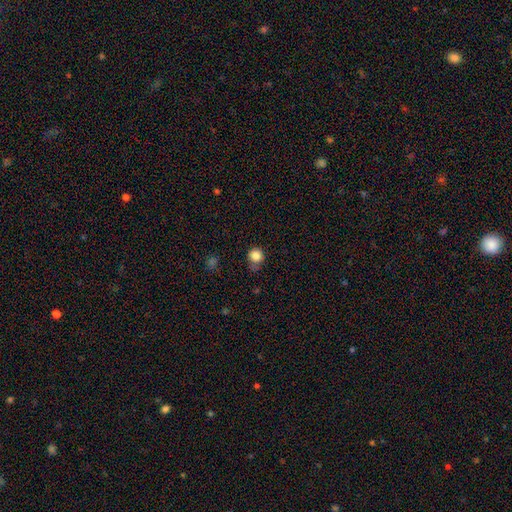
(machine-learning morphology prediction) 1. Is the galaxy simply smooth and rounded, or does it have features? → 84% smooth, 11% star or artifact, 5% featured or disk.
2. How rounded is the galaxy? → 89% round, 10% in between, 1% cigar-shaped.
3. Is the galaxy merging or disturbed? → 62% none, 26% minor disturbance, 7% major disturbance, 4% merger.